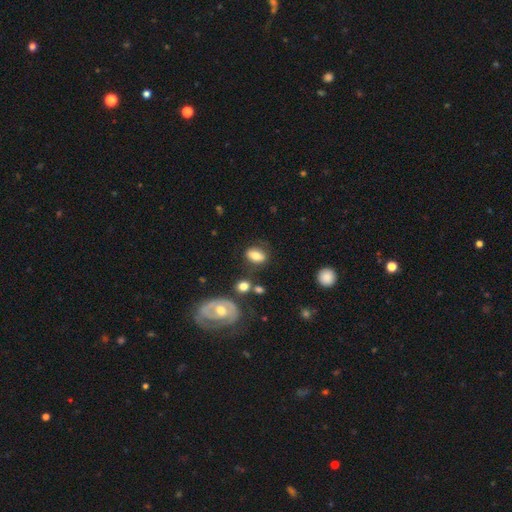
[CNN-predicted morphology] Smooth or featured? smooth (70%)
How rounded? in between (80%)
Merging? none (69%)